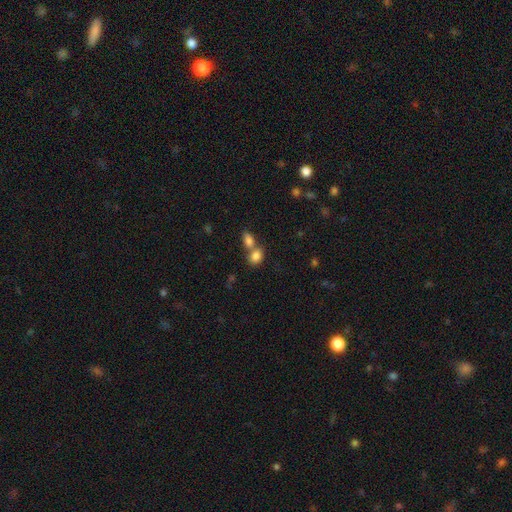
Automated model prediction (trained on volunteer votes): smooth-or-featured: smooth: 83% | star or artifact: 9% | featured or disk: 8%
  how-rounded: in between: 63% | round: 36% | cigar-shaped: 2%
  merging: merger: 51% | none: 37% | minor disturbance: 8% | major disturbance: 3%